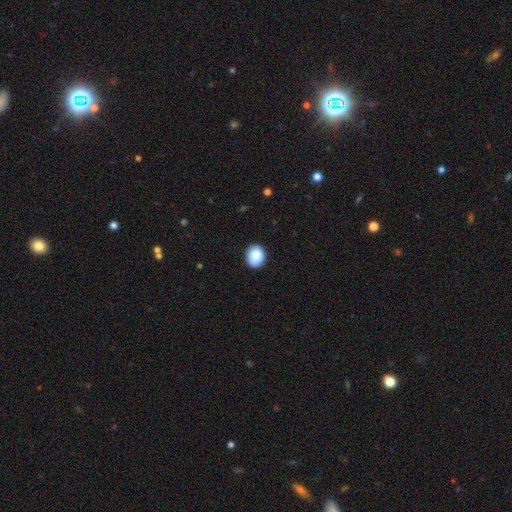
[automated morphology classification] Smooth or featured? Predicted: smooth (p=0.88). How rounded? Predicted: round (p=0.59). Merging? Predicted: none (p=0.88).